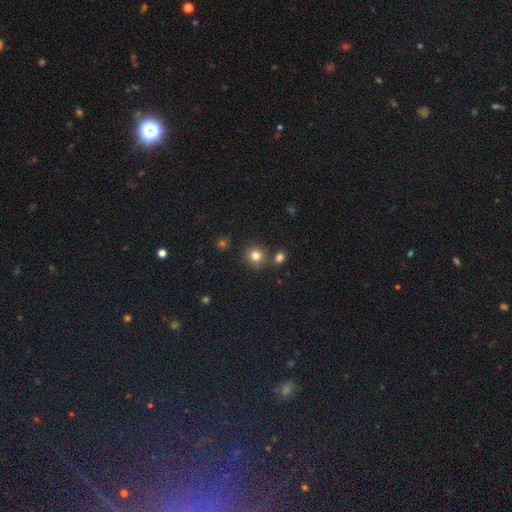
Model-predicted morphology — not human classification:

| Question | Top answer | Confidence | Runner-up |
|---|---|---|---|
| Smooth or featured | smooth | 80% | star or artifact (14%) |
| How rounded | round | 91% | in between (8%) |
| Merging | none | 78% | merger (11%) |